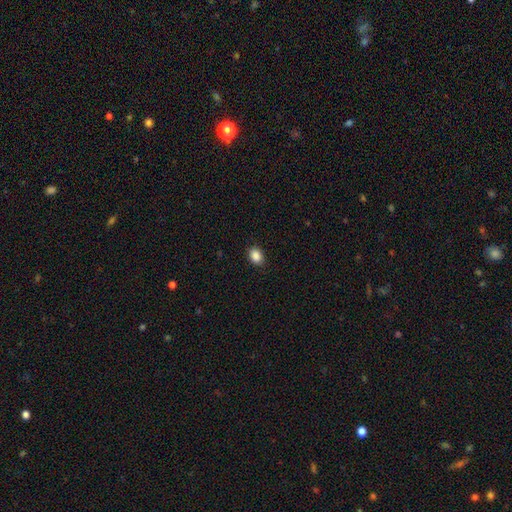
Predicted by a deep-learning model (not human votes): This appears to be a smooth galaxy with no disk features (88%) that is in between round and cigar-shaped (73%). Merging: none (88%).